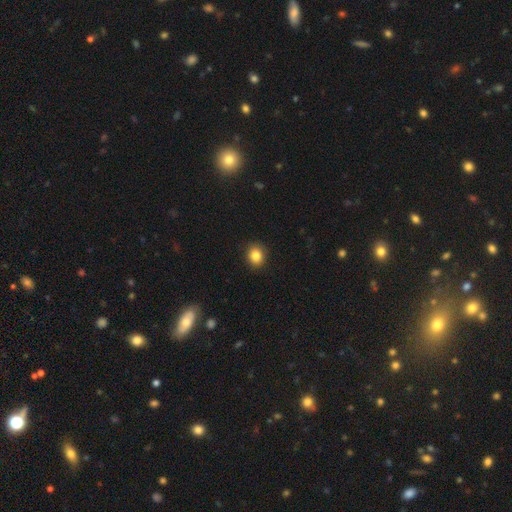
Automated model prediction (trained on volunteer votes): Morphology: type=smooth (85%); roundness=round (71%); merging=none (90%).